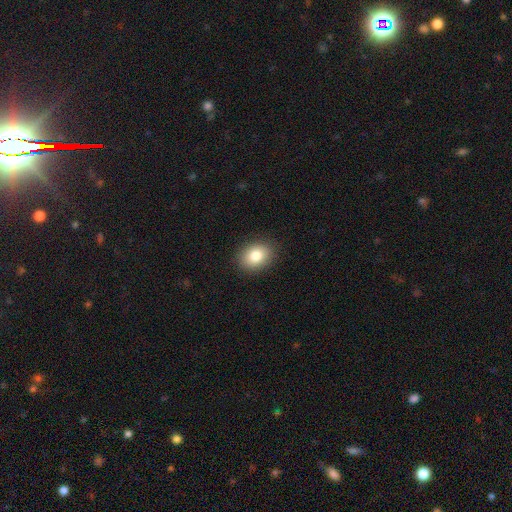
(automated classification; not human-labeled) A smooth galaxy with no disk features (82%) that is in between round and cigar-shaped (63%). Merging: none (89%).